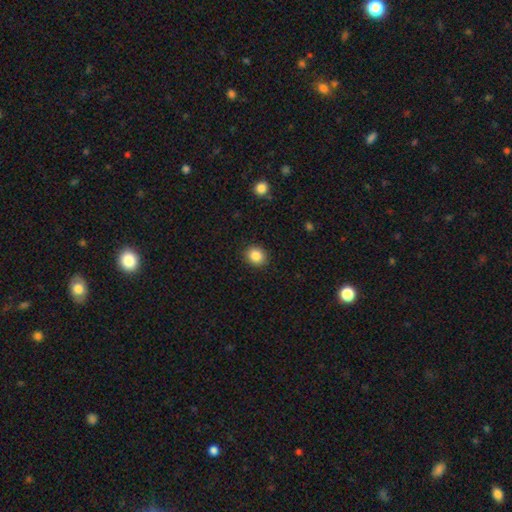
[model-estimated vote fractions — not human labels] Overall: smooth (86%). How rounded: round (74%). Merging: none (90%).